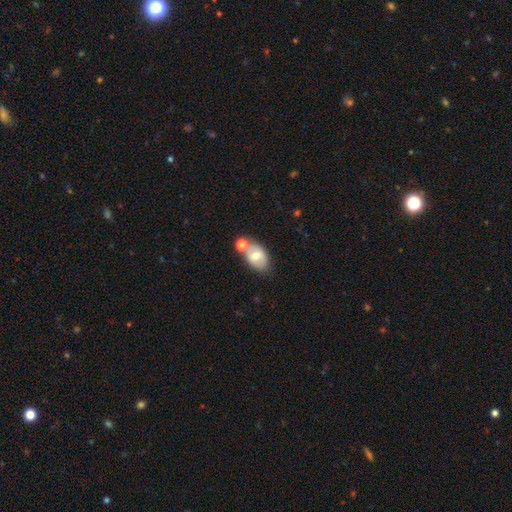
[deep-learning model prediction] Smooth or featured?
  - smooth: 67% *
  - featured or disk: 25%
  - star or artifact: 8%
How rounded?
  - in between: 87% *
  - round: 12%
  - cigar-shaped: 2%
Merging?
  - none: 51% *
  - merger: 28%
  - minor disturbance: 16%
  - major disturbance: 5%